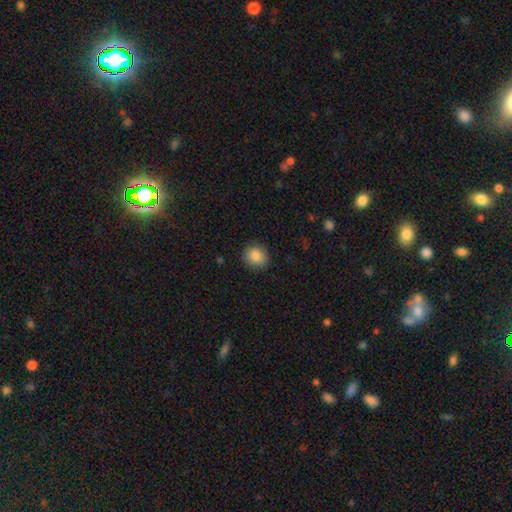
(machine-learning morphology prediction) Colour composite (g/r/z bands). It shows a smooth galaxy with no disk features (85%) that is round (83%). Merging: none (86%).